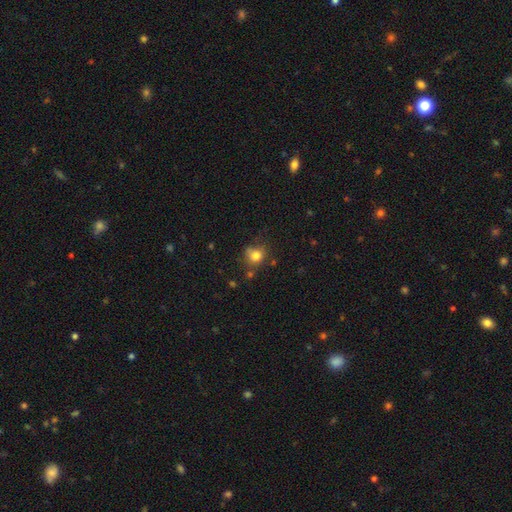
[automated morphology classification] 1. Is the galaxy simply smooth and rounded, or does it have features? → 79% smooth, 12% star or artifact, 8% featured or disk.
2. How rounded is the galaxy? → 76% round, 23% in between, 1% cigar-shaped.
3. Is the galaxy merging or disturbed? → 63% none, 23% minor disturbance, 8% major disturbance, 6% merger.